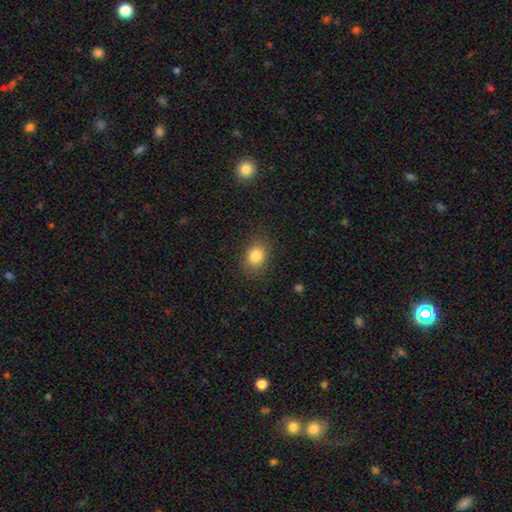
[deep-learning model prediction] Smooth or featured?
  - smooth: 83% *
  - star or artifact: 10%
  - featured or disk: 6%
How rounded?
  - in between: 53% *
  - round: 46%
  - cigar-shaped: 1%
Merging?
  - none: 85% *
  - minor disturbance: 11%
  - major disturbance: 4%
  - merger: 1%